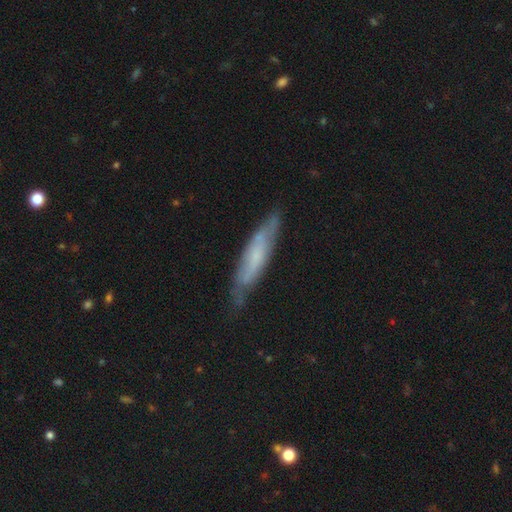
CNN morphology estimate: smooth_or_featured: featured or disk (p=0.51) [alt: smooth p=0.43]
disk_edge_on: yes (p=0.59) [alt: no p=0.41]
merging: none (p=0.73) [alt: minor disturbance p=0.21]